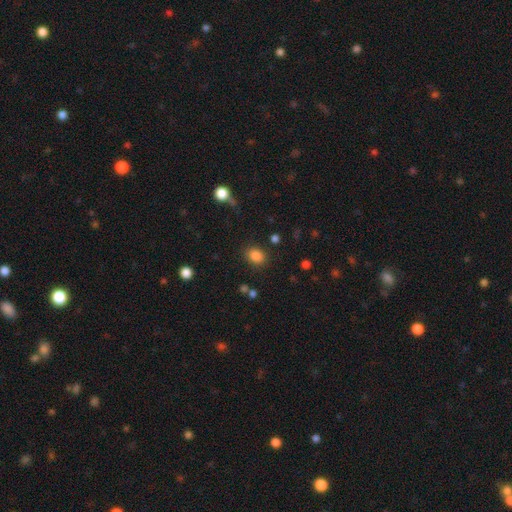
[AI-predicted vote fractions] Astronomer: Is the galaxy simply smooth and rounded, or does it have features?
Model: smooth — 84%.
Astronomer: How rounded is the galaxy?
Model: in between — 53% (runner-up: round, 46%).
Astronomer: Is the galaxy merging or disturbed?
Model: none — 84%.